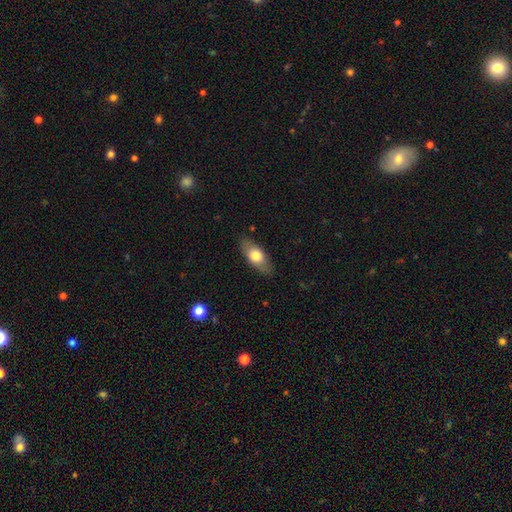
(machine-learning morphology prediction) Smooth or featured?
  - smooth: 69% *
  - featured or disk: 25%
  - star or artifact: 6%
How rounded?
  - in between: 82% *
  - cigar-shaped: 14%
  - round: 4%
Merging?
  - none: 85% *
  - minor disturbance: 12%
  - major disturbance: 3%
  - merger: 1%